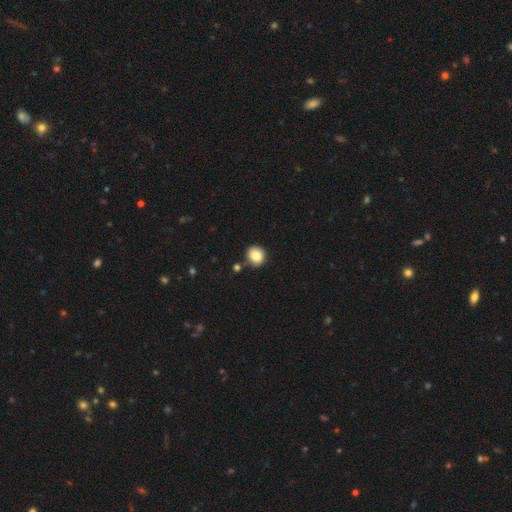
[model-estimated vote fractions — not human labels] Smooth or featured? smooth (84%)
How rounded? round (85%)
Merging? none (81%)